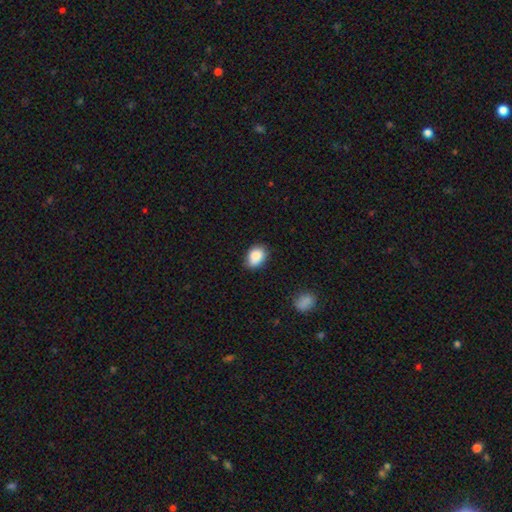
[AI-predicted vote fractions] A smooth galaxy with no disk features (87%) that is in between round and cigar-shaped (70%).

Vote fractions:
- Smooth or featured? smooth: 87% / star or artifact: 8% / featured or disk: 5%
- How rounded? in between: 70% / round: 29% / cigar-shaped: 1%
- Merging? none: 71% / minor disturbance: 24% / major disturbance: 4% / merger: 2%